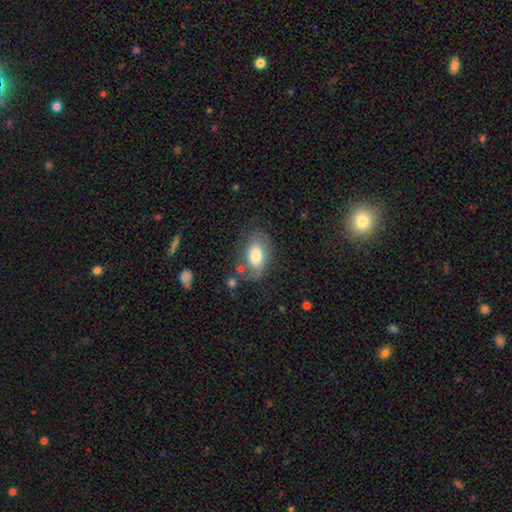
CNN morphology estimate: The model was most divided on "merging": none: 67%, minor disturbance: 20%, major disturbance: 8%, merger: 4%. More confident: how rounded — in between (89%); smooth or featured — smooth (71%).